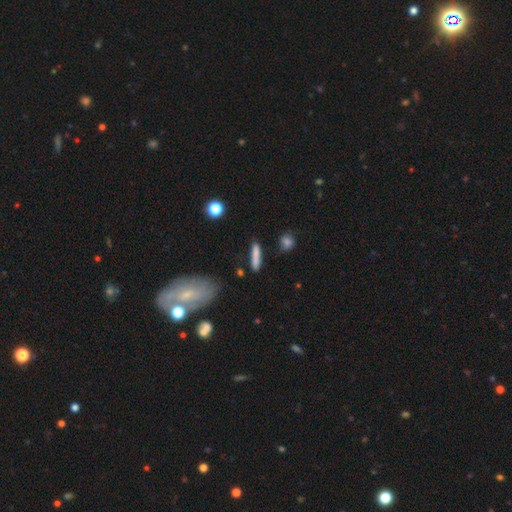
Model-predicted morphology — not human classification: This appears to be a smooth galaxy with no disk features (79%) that is cigar-shaped (88%). Merging: none (82%).